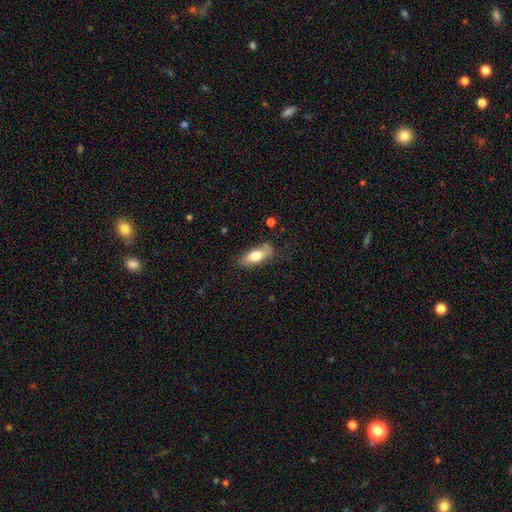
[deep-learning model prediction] This is likely a smooth galaxy (70%). How rounded: likely in between (73%). Merging: likely none (66%).